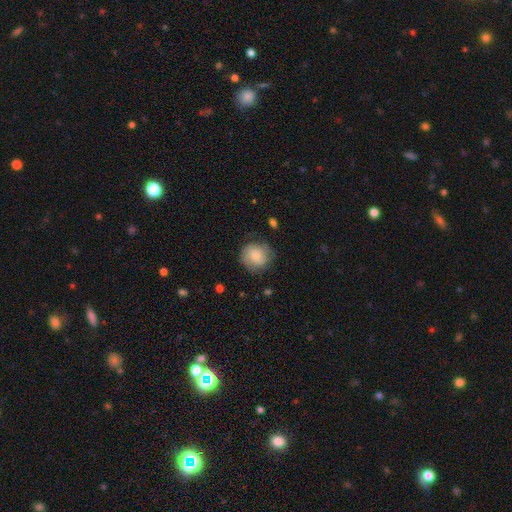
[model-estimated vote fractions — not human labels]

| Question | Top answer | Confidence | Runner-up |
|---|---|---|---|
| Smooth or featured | smooth | 69% | featured or disk (23%) |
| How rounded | round | 87% | in between (12%) |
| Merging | none | 74% | minor disturbance (18%) |